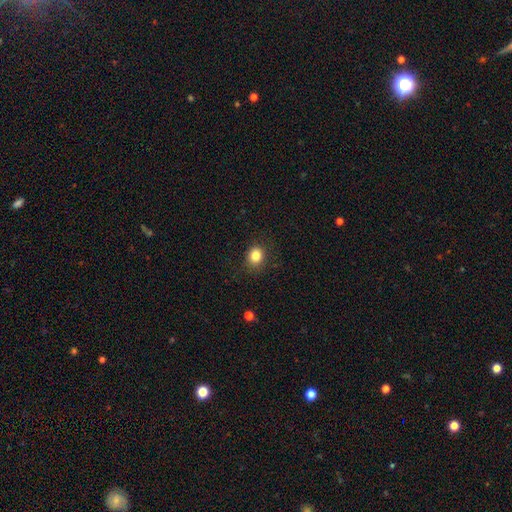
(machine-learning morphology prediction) Overall: smooth (83%). How rounded: round (68%; in between 31%). Merging: none (86%).